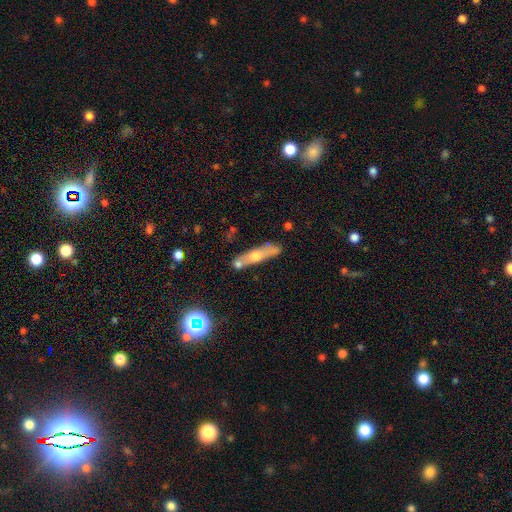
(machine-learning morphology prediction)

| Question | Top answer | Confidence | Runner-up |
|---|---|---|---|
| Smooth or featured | featured or disk | 50% | smooth (44%) |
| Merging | none | 68% | minor disturbance (15%) |